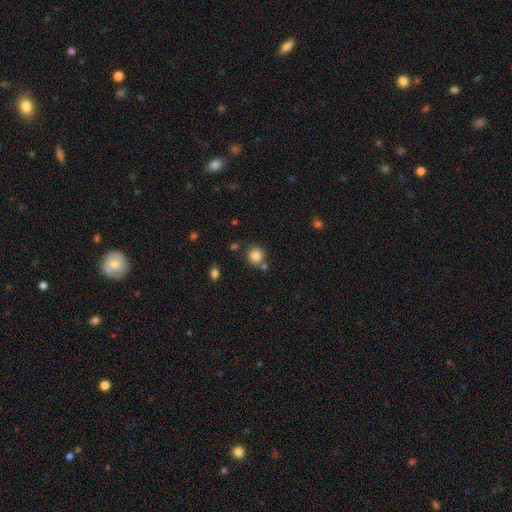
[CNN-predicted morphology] Smooth or featured? smooth (85%)
How rounded? round (90%)
Merging? none (73%)